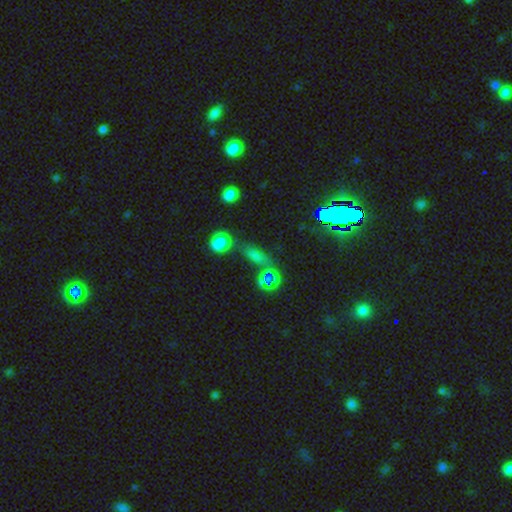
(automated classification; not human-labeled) Smooth or featured? smooth (52%)
How rounded? in between (47%)
Merging? none (64%)